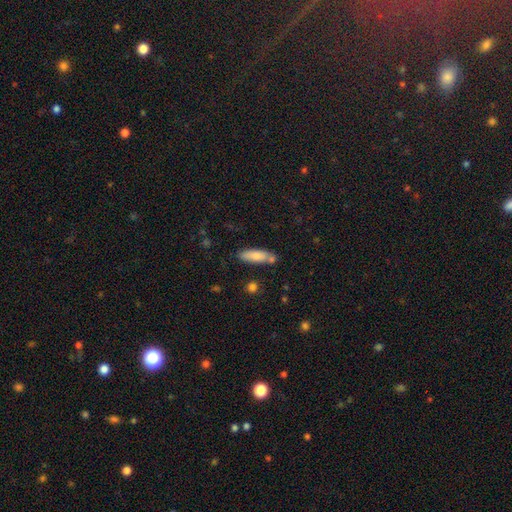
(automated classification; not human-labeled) Morphology: type=smooth (79%); roundness=cigar-shaped (53%); merging=none (71%).